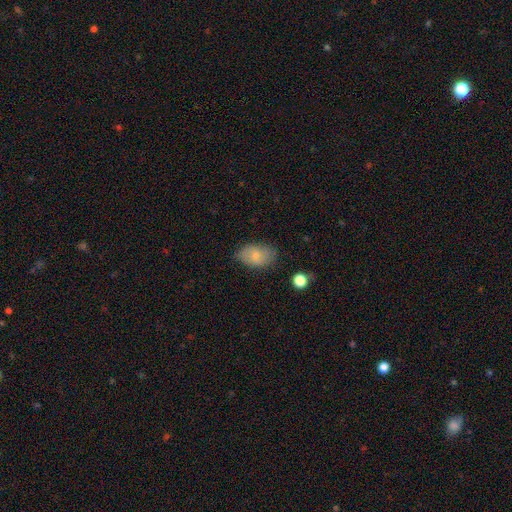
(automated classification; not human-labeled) smooth 73%, featured or disk 19%, star or artifact 8%. Down the decision tree: how rounded — in between (88%); merging — none (71%).